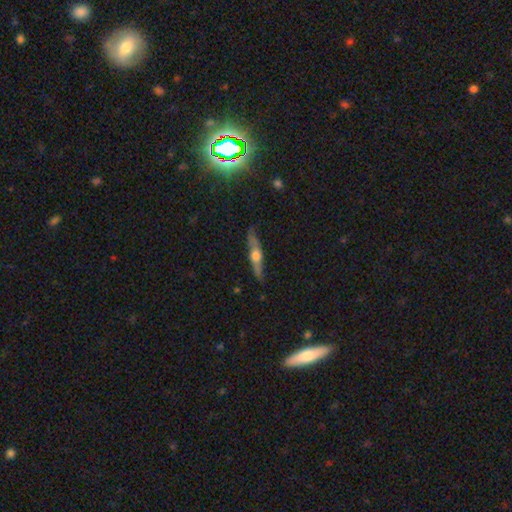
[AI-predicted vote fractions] The model was most divided on "smooth or featured": featured or disk: 58%, smooth: 36%, star or artifact: 6%. More confident: edge-on disk — yes (92%); edge-on bulge — rounded (91%); merging — none (82%).